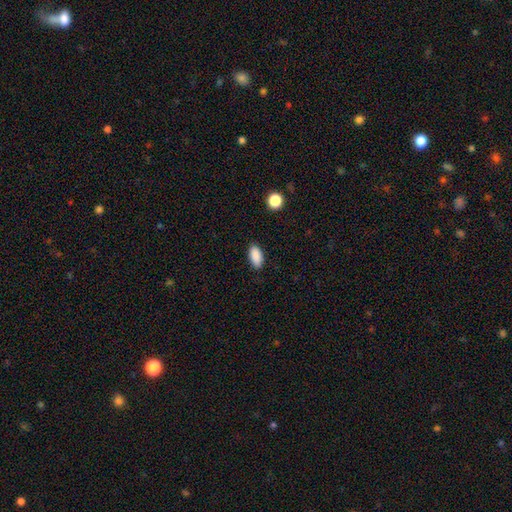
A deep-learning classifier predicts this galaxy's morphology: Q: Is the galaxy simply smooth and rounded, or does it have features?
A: smooth — 89%.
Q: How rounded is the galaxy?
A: in between — 92%.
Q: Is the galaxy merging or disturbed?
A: none — 87%.